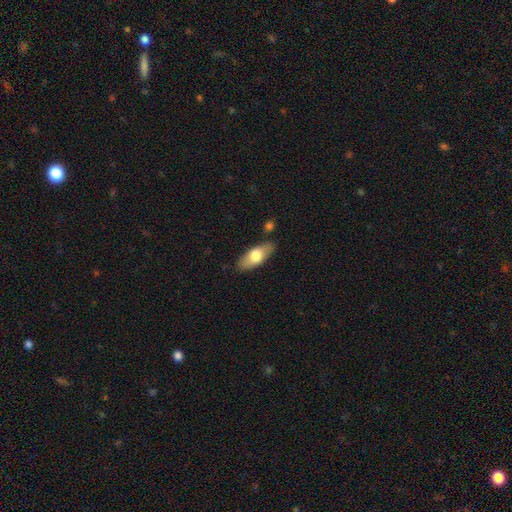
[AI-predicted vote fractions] smooth 66%, featured or disk 28%, star or artifact 6%. Down the decision tree: how rounded — in between (80%); merging — none (81%).